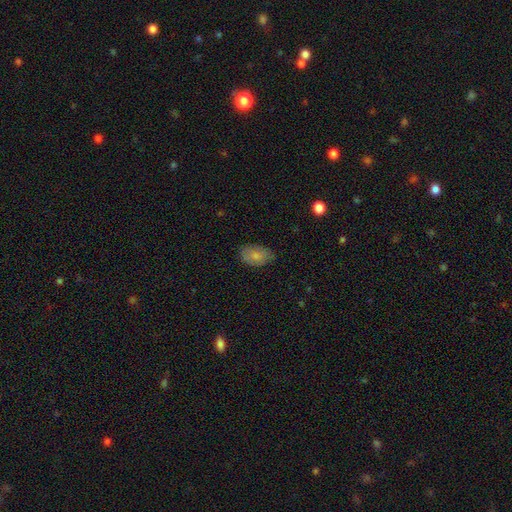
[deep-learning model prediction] A smooth galaxy with no disk features (79%) that is in between round and cigar-shaped (89%). Merging: none (77%).